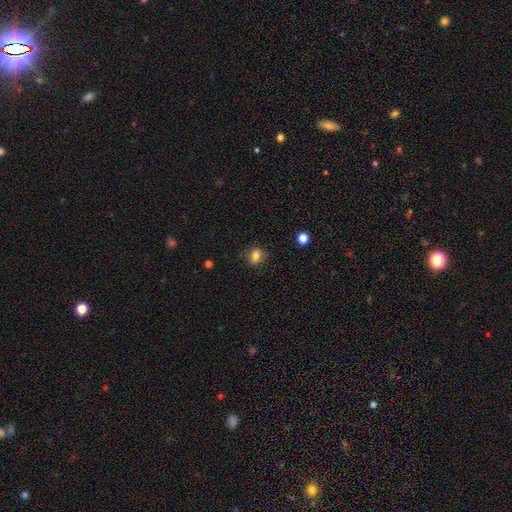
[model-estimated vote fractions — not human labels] Overall: smooth (80%). How rounded: round (59%; in between 40%). Merging: none (81%).